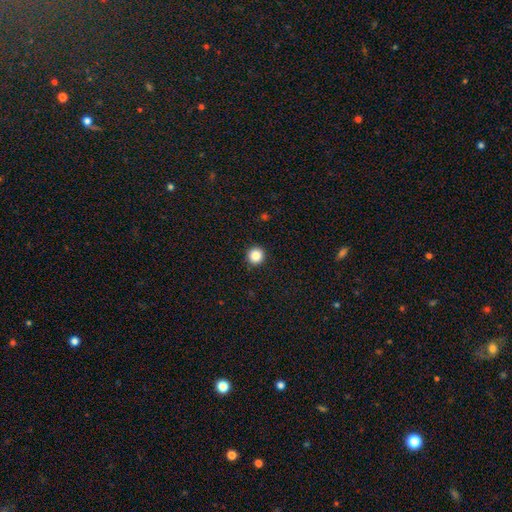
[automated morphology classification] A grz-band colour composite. It shows a smooth galaxy with no disk features (87%) that is round (94%). Merging: none (93%).